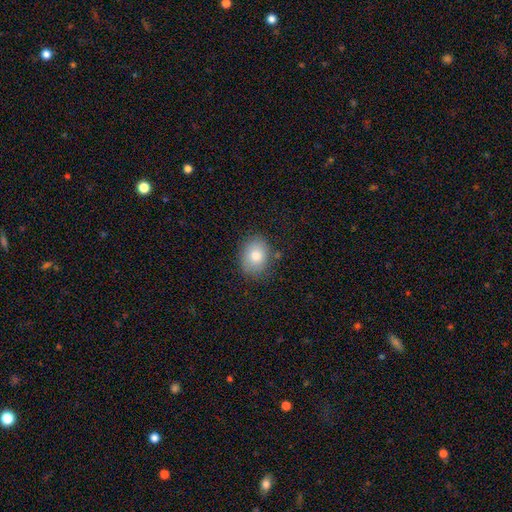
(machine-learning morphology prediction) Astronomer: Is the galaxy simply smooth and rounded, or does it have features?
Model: smooth — 79%.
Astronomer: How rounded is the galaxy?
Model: in between — 58% (runner-up: round, 41%).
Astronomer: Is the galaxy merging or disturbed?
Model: none — 80%.